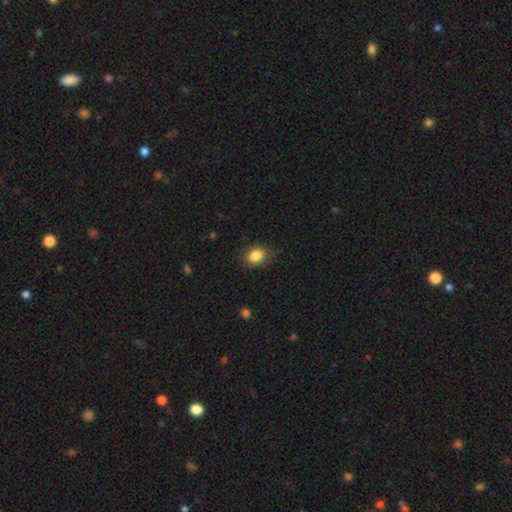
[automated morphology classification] Smooth or featured: smooth — 85% (star or artifact — 9%)
How rounded: in between — 54% (round — 45%)
Merging: none — 76% (minor disturbance — 19%)